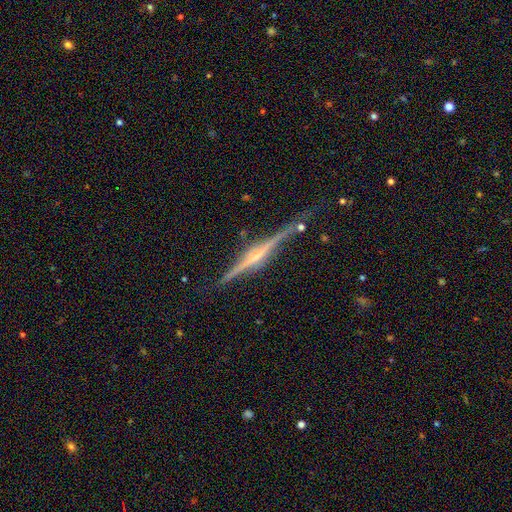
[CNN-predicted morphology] Smooth or featured?
  - featured or disk: 85% *
  - smooth: 8%
  - star or artifact: 7%
Edge-on disk?
  - yes: 98% *
  - no: 2%
Edge-on bulge?
  - rounded: 65% *
  - boxy: 19%
  - none: 16%
Merging?
  - none: 83% *
  - minor disturbance: 12%
  - major disturbance: 3%
  - merger: 2%